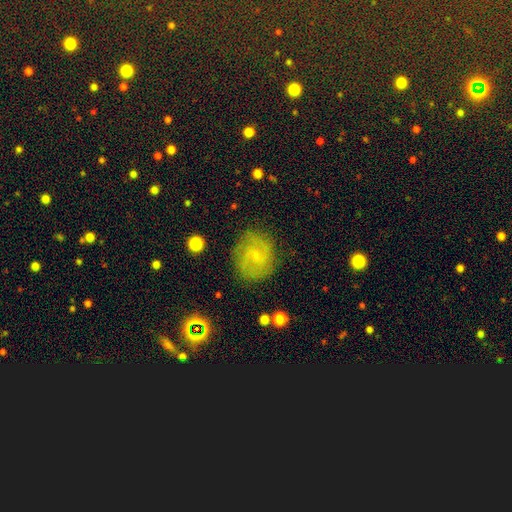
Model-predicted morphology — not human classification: This appears to be a featured or disk galaxy (56%) with no bar (56%), spiral arms (84%) and a small central bulge (76%). Merging: none (80%).